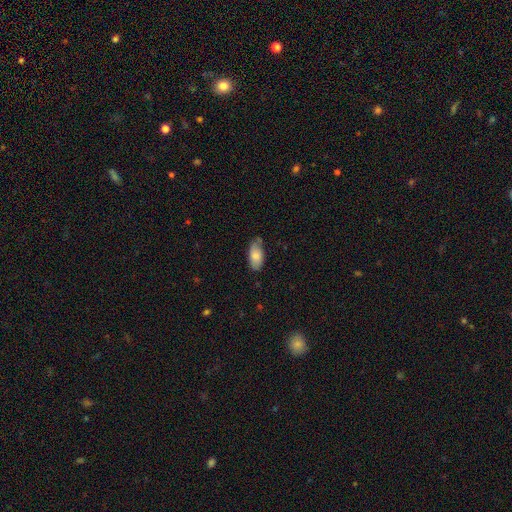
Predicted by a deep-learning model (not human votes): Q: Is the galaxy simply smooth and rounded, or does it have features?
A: smooth — 79%.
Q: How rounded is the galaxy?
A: in between — 92%.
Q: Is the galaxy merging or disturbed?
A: none — 65%.